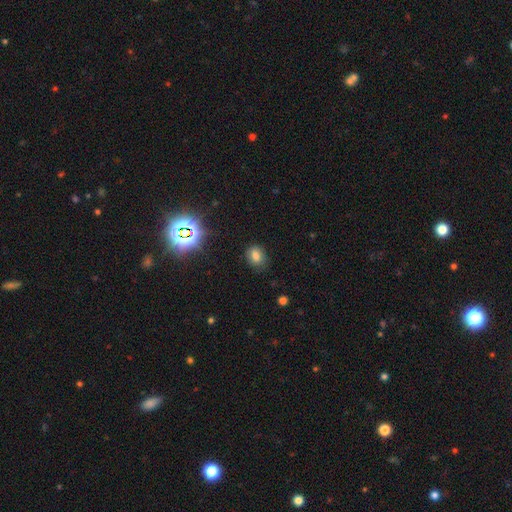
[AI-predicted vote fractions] smooth-or-featured: smooth: 74% | star or artifact: 17% | featured or disk: 9%
  how-rounded: in between: 53% | round: 46% | cigar-shaped: 1%
  merging: none: 81% | minor disturbance: 14% | major disturbance: 3% | merger: 1%